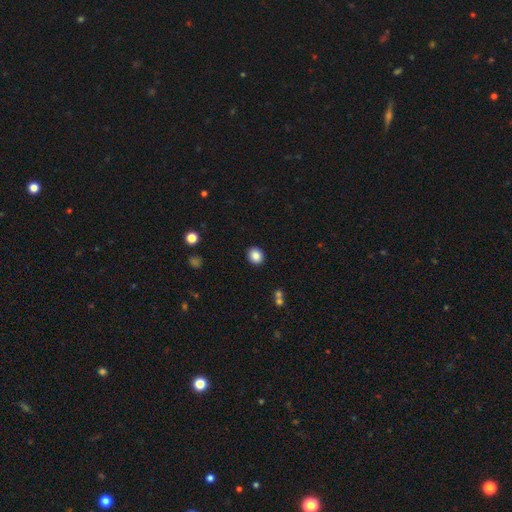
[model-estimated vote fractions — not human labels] This is clearly a smooth galaxy (85%). How rounded: likely round (78%). Merging: clearly none (91%).